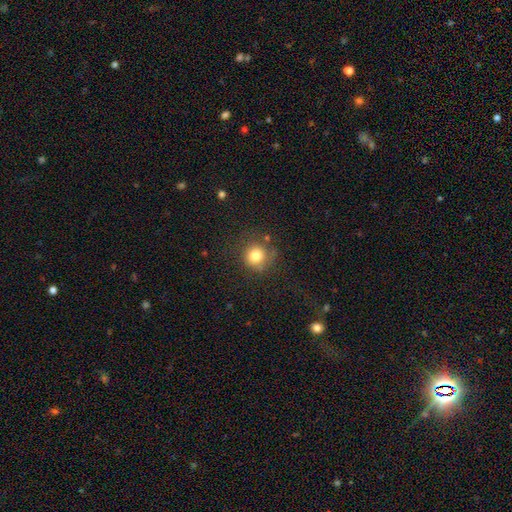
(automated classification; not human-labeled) A smooth galaxy with no disk features (80%) that is round (91%).

Vote fractions:
- Smooth or featured? smooth: 80% / star or artifact: 12% / featured or disk: 8%
- How rounded? round: 91% / in between: 8% / cigar-shaped: 1%
- Merging? none: 74% / minor disturbance: 16% / major disturbance: 7% / merger: 4%